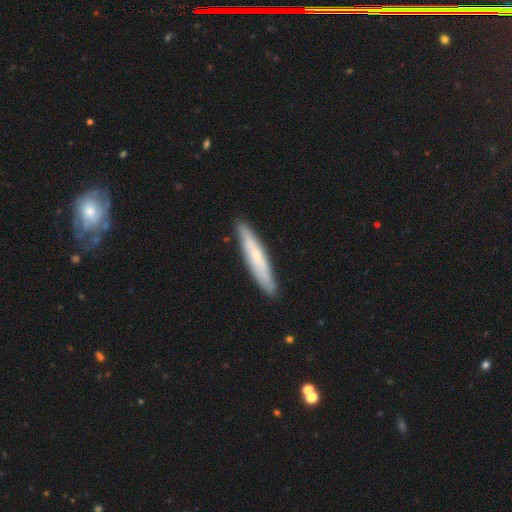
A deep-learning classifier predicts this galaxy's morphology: Q: Smooth or featured?
A: featured or disk (48%); runner-up: smooth (46%)
Q: Merging?
A: none (88%); runner-up: minor disturbance (9%)